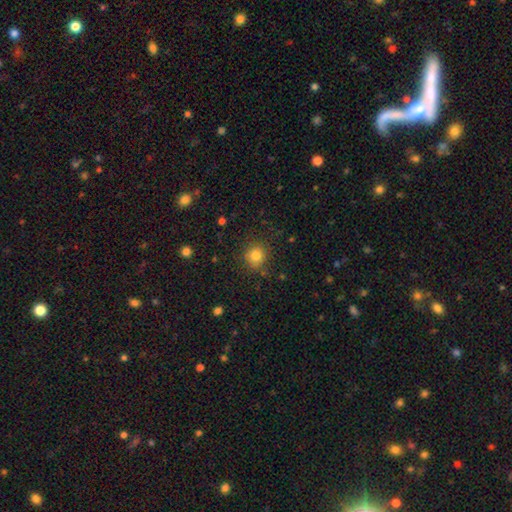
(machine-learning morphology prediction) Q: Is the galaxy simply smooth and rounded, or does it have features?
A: smooth — 81%.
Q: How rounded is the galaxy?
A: round — 90%.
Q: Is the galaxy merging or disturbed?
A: none — 85%.